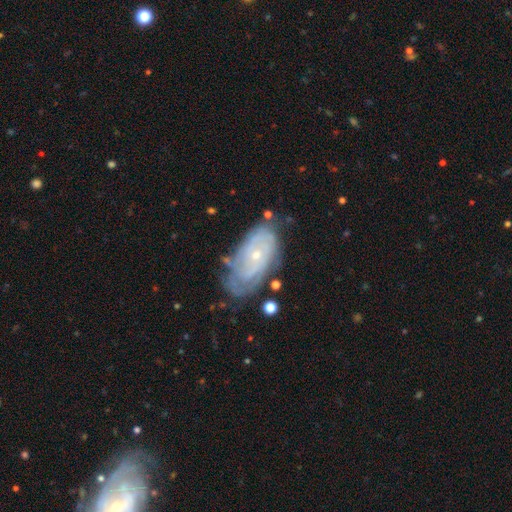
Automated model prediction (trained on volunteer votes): smooth_or_featured: featured or disk (p=0.77) [alt: smooth p=0.16]
disk_edge_on: no (p=0.94) [alt: yes p=0.06]
bar: no (p=0.79) [alt: weak p=0.17]
has_spiral_arms: yes (p=0.88) [alt: no p=0.12]
spiral_winding: tight (p=0.71) [alt: medium p=0.22]
spiral_arm_count: can't tell (p=0.51) [alt: 2 p=0.20]
bulge_size: small (p=0.77) [alt: moderate p=0.20]
merging: none (p=0.61) [alt: minor disturbance p=0.26]